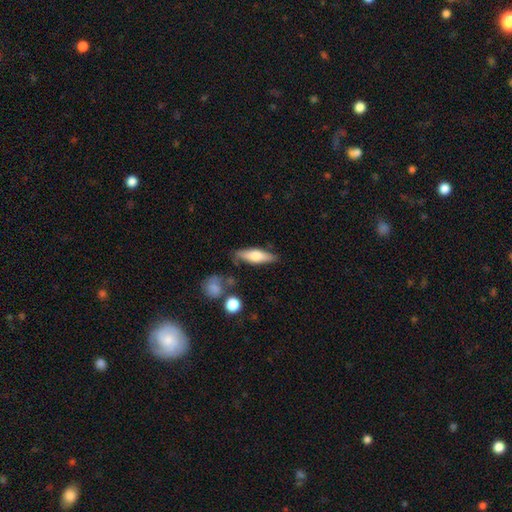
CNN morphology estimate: Overall: smooth (58%; featured or disk 36%). How rounded: cigar-shaped (56%; in between 42%). Merging: none (79%).